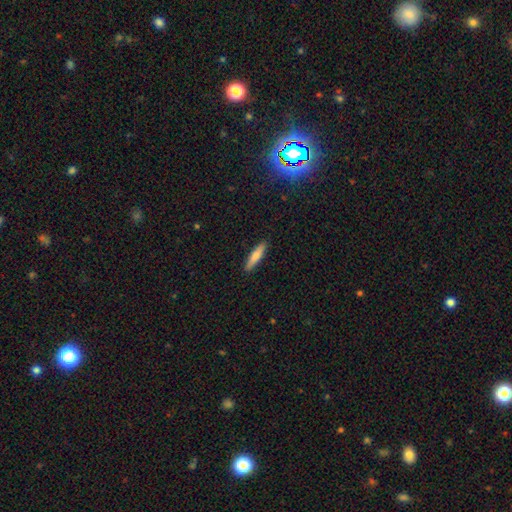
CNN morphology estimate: Q: Smooth or featured?
A: smooth (74%); runner-up: featured or disk (20%)
Q: How rounded?
A: cigar-shaped (85%); runner-up: in between (14%)
Q: Merging?
A: none (90%); runner-up: minor disturbance (7%)